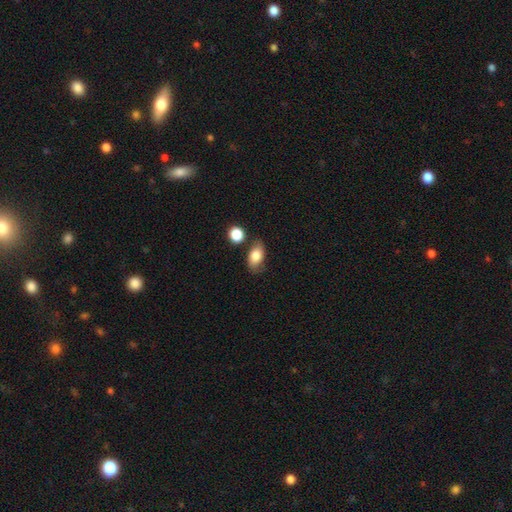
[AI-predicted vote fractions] Smooth or featured?
  - smooth: 78% *
  - featured or disk: 14%
  - star or artifact: 8%
How rounded?
  - in between: 87% *
  - round: 11%
  - cigar-shaped: 2%
Merging?
  - none: 68% *
  - minor disturbance: 18%
  - merger: 8%
  - major disturbance: 5%